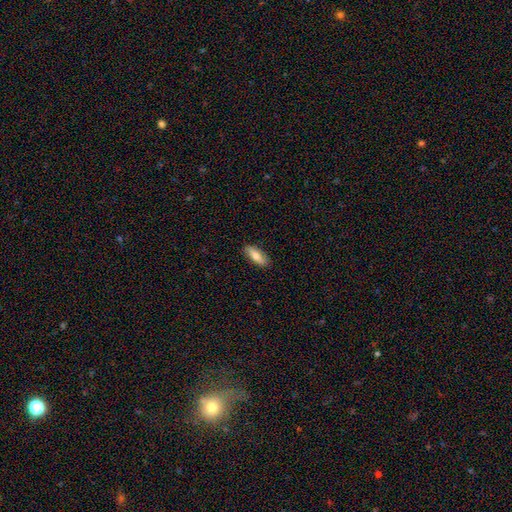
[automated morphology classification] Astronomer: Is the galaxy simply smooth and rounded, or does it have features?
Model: smooth — 76%.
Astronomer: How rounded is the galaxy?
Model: in between — 70%.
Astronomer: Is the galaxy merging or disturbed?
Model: none — 88%.